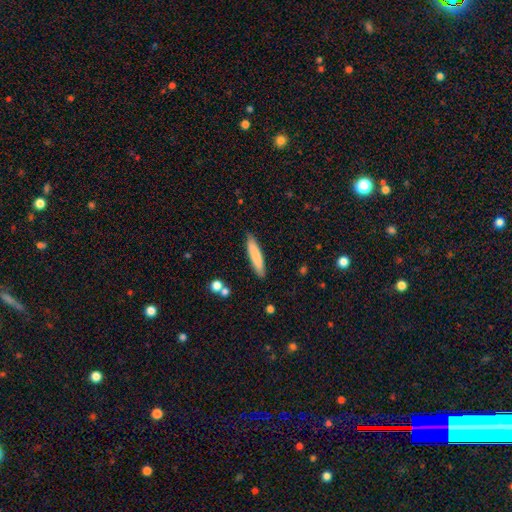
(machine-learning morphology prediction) The model was most divided on "smooth or featured": smooth: 78%, featured or disk: 16%, star or artifact: 6%. More confident: how rounded — cigar-shaped (88%); merging — none (87%).